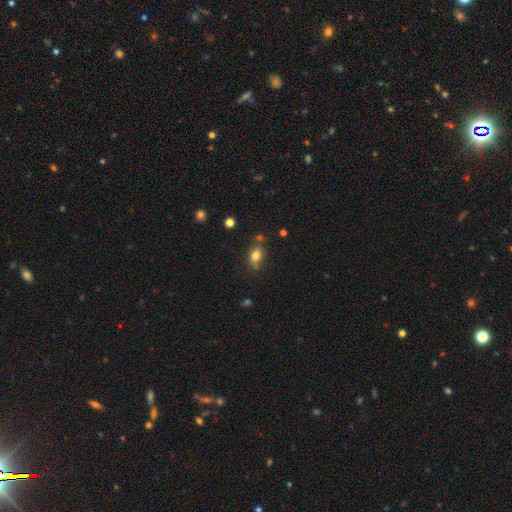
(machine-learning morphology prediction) A smooth galaxy with no disk features (79%) that is in between round and cigar-shaped (77%). Merging: none (68%).